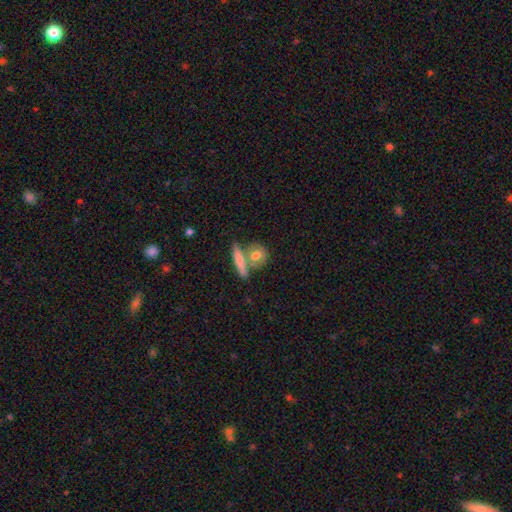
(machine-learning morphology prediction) This appears to be a smooth galaxy with no disk features (66%) that is round (49%). Merging: none (49%).